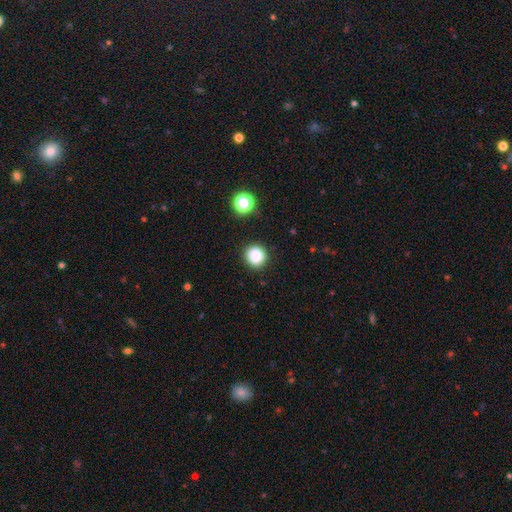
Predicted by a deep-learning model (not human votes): This appears to be a smooth galaxy with no disk features (84%) that is round (90%). Merging: none (88%).